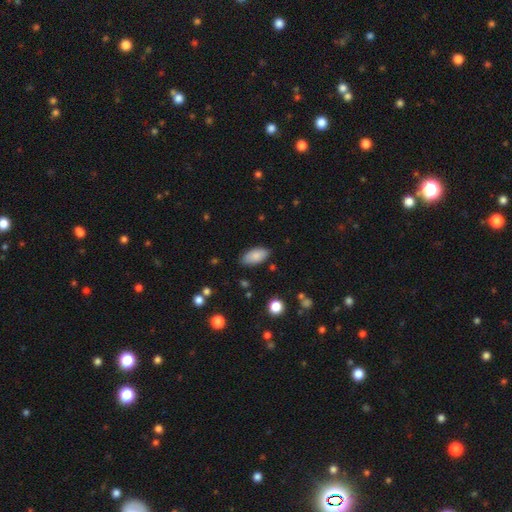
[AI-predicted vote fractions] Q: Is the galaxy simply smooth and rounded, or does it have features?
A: smooth — 85%.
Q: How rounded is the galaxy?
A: in between — 94%.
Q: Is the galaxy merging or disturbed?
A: none — 83%.